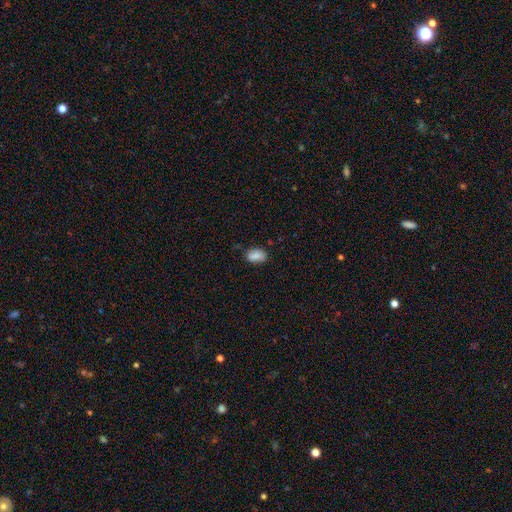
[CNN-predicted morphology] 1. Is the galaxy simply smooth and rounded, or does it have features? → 87% smooth, 8% star or artifact, 5% featured or disk.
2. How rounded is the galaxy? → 88% in between, 10% round, 2% cigar-shaped.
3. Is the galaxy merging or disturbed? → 77% none, 18% minor disturbance, 3% major disturbance, 2% merger.